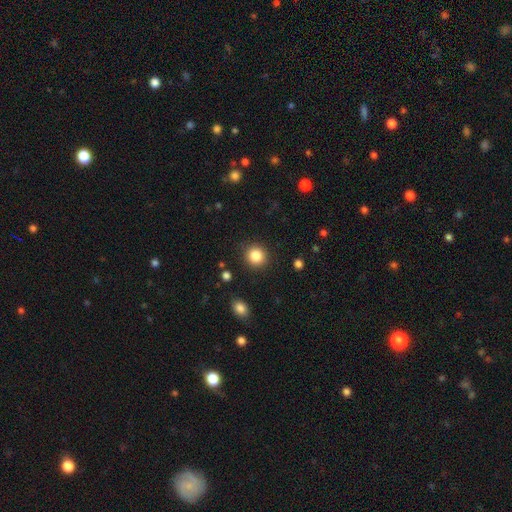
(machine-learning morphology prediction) Smooth or featured?
  - smooth: 85% *
  - star or artifact: 10%
  - featured or disk: 5%
How rounded?
  - round: 89% *
  - in between: 10%
  - cigar-shaped: 1%
Merging?
  - none: 89% *
  - minor disturbance: 7%
  - major disturbance: 3%
  - merger: 1%